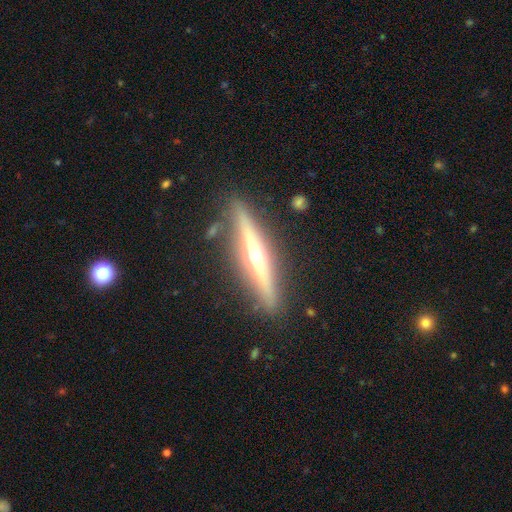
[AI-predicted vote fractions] Q: Smooth or featured?
A: featured or disk (73%); runner-up: smooth (21%)
Q: Edge-on disk?
A: yes (95%); runner-up: no (5%)
Q: Edge-on bulge?
A: rounded (92%); runner-up: none (6%)
Q: Merging?
A: none (87%); runner-up: minor disturbance (9%)